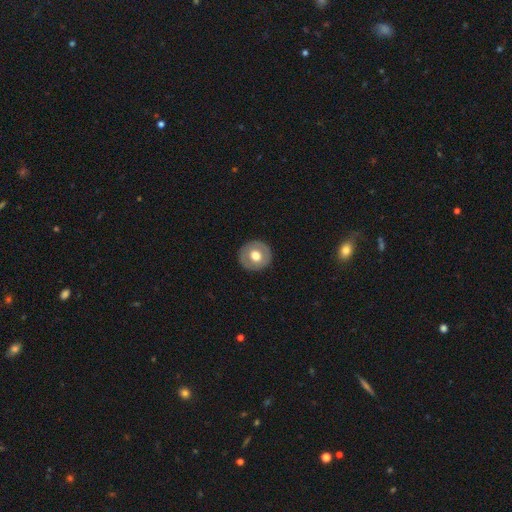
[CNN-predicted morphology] Smooth or featured?
  - smooth: 59% *
  - featured or disk: 35%
  - star or artifact: 6%
How rounded?
  - round: 90% *
  - in between: 9%
  - cigar-shaped: 1%
Merging?
  - none: 89% *
  - minor disturbance: 7%
  - major disturbance: 2%
  - merger: 1%